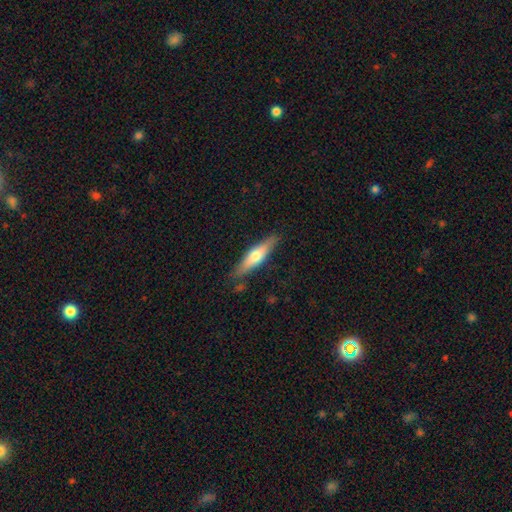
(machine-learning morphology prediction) Smooth or featured: smooth — 53% (featured or disk — 42%)
How rounded: cigar-shaped — 74% (in between — 24%)
Merging: none — 82% (minor disturbance — 13%)